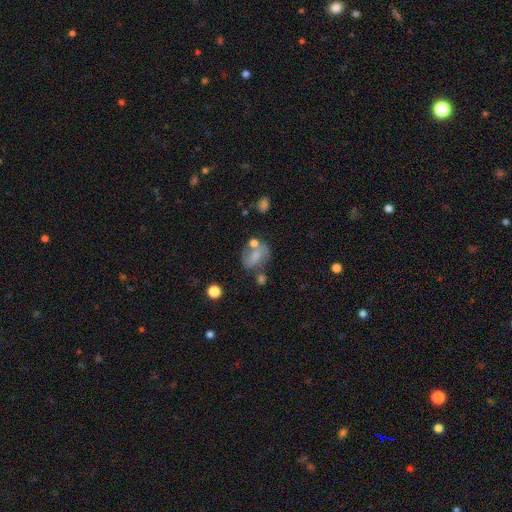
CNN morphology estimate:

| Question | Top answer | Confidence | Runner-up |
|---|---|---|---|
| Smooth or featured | smooth | 45% | featured or disk (44%) |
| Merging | none | 46% | minor disturbance (22%) |